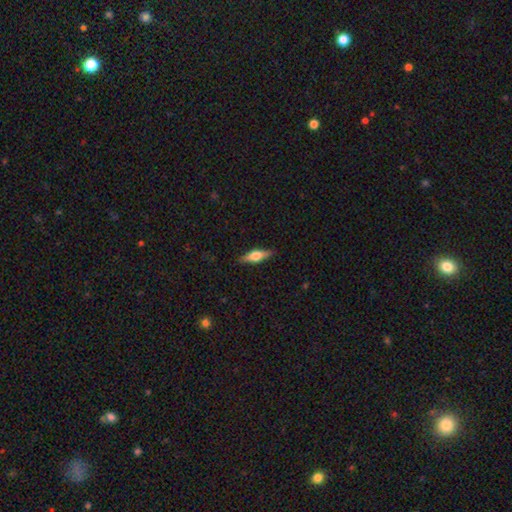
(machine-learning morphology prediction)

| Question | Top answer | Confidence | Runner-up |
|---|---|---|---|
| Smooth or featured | featured or disk | 49% | smooth (45%) |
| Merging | none | 88% | minor disturbance (9%) |